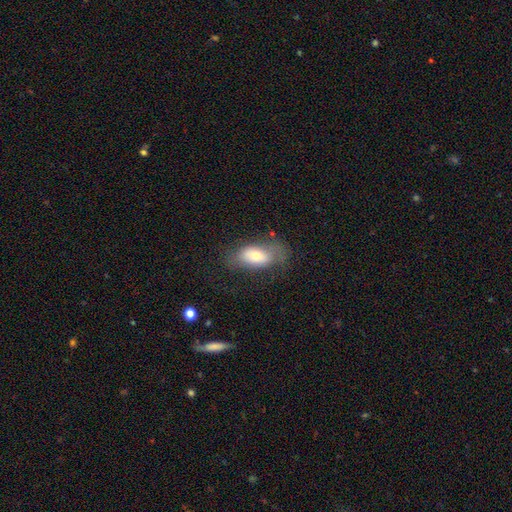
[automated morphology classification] This is likely a smooth galaxy (65%). How rounded: clearly in between (88%). Merging: possibly none (58%).